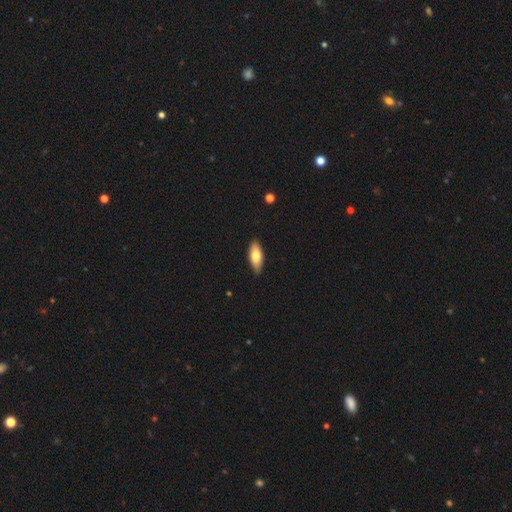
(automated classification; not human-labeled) Q: Smooth or featured?
A: smooth (76%); runner-up: featured or disk (18%)
Q: How rounded?
A: in between (81%); runner-up: cigar-shaped (17%)
Q: Merging?
A: none (86%); runner-up: minor disturbance (11%)